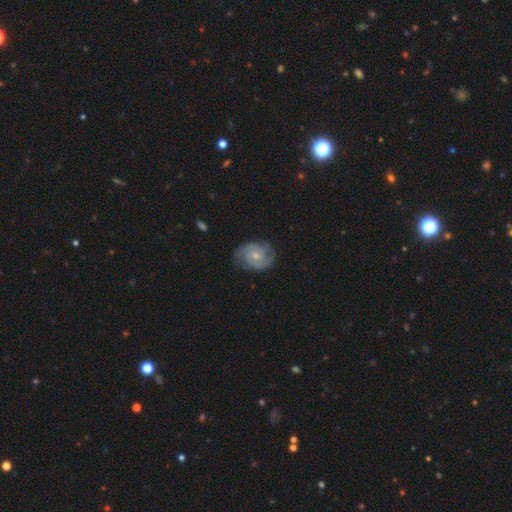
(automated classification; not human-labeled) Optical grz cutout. It shows a featured or disk galaxy (79%) with no bar (72%), 2 (47%) tight (55%) spiral arms (94%) and a small central bulge (59%). Merging: none (73%).